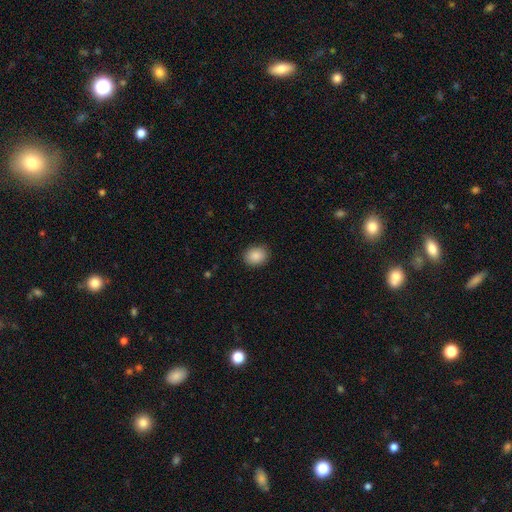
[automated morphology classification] smooth 88%, star or artifact 8%, featured or disk 4%. Down the decision tree: how rounded — round (53%); merging — none (88%).